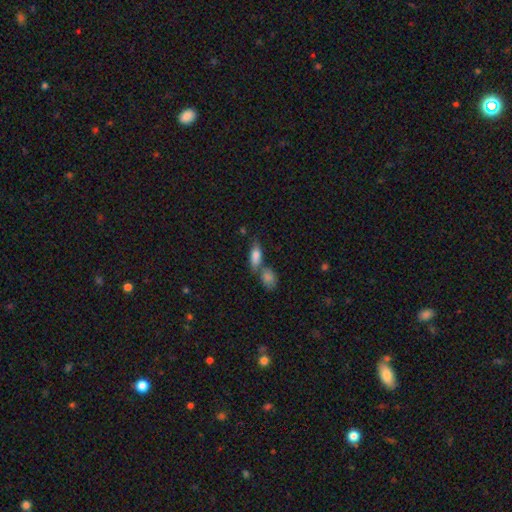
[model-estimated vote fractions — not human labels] Morphology: type=smooth (78%); roundness=in between (76%); merging=none (46%).